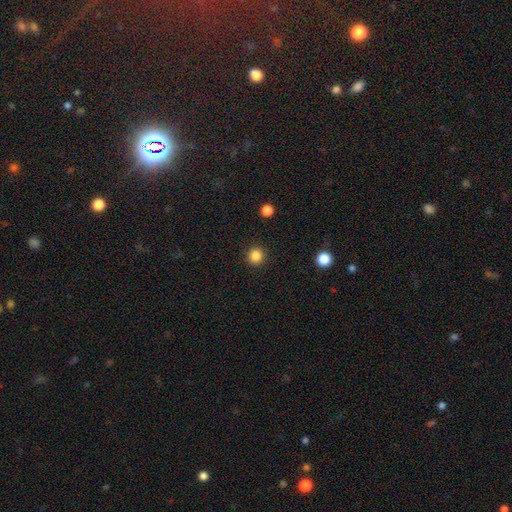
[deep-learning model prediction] smooth 85%, star or artifact 11%, featured or disk 3%. Down the decision tree: how rounded — round (94%); merging — none (92%).